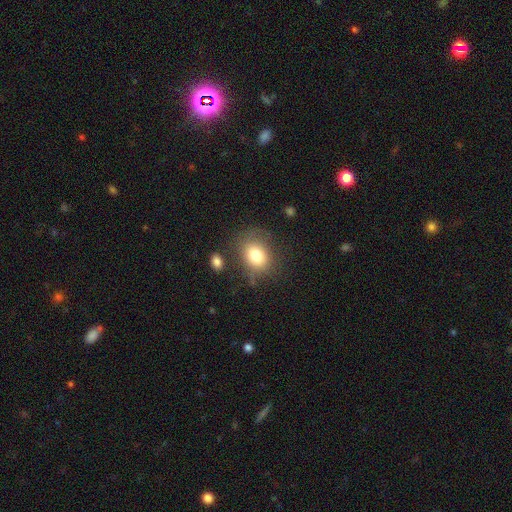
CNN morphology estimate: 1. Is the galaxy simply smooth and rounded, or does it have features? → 78% smooth, 12% featured or disk, 10% star or artifact.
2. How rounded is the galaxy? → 50% round, 49% in between, 1% cigar-shaped.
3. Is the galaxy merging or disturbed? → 69% none, 18% minor disturbance, 8% major disturbance, 5% merger.